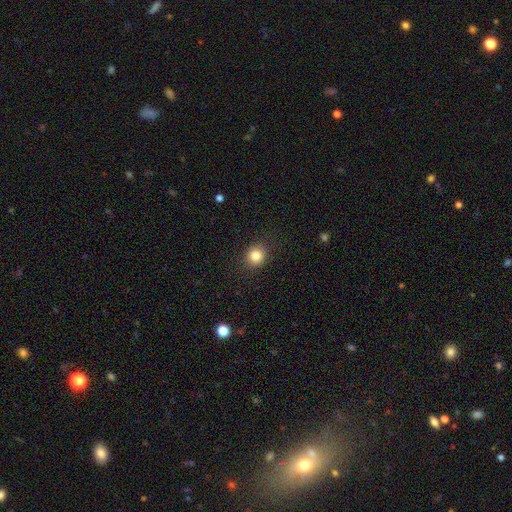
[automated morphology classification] smooth 83%, star or artifact 11%, featured or disk 6%. Down the decision tree: how rounded — round (85%); merging — none (88%).